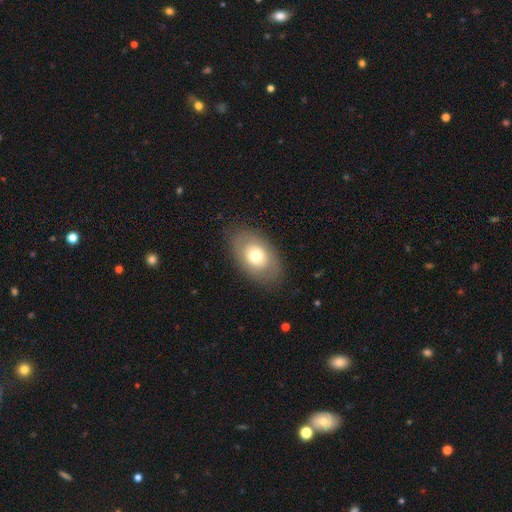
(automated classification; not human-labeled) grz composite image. It shows a smooth galaxy with no disk features (65%) that is in between round and cigar-shaped (85%). Merging: none (84%).